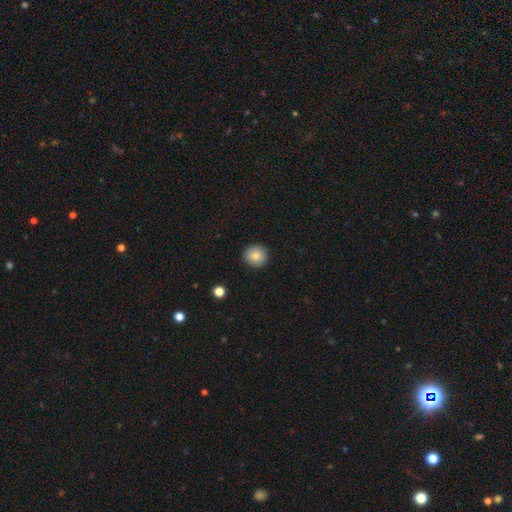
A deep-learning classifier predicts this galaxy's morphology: Smooth or featured?
  - smooth: 83% *
  - star or artifact: 9%
  - featured or disk: 8%
How rounded?
  - round: 93% *
  - in between: 6%
  - cigar-shaped: 1%
Merging?
  - none: 92% *
  - minor disturbance: 6%
  - major disturbance: 2%
  - merger: 1%